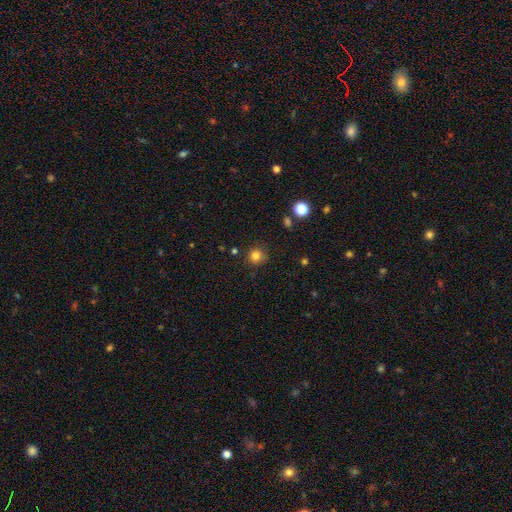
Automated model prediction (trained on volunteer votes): smooth_or_featured: smooth (p=0.81) [alt: star or artifact p=0.14]
how_rounded: round (p=0.92) [alt: in between p=0.07]
merging: none (p=0.85) [alt: minor disturbance p=0.11]